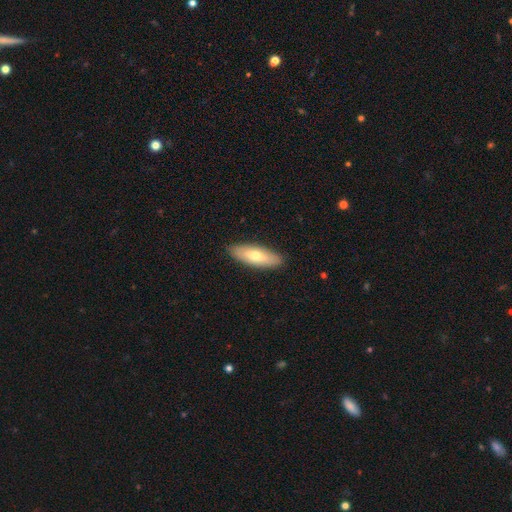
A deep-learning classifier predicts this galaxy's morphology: type=smooth (66%); roundness=in between (57%); merging=none (89%).